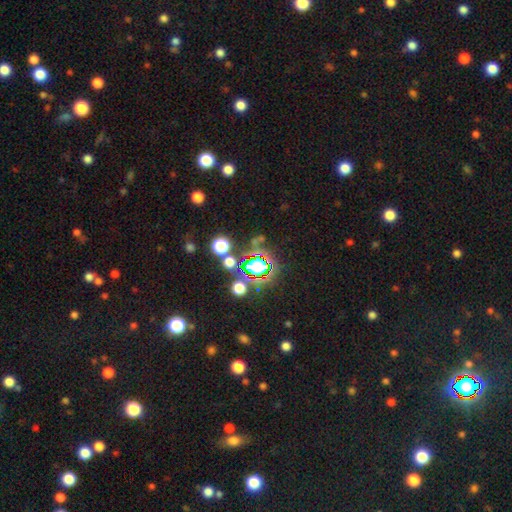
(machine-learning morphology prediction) This is clearly a star or artifact rather than a galaxy (80%).